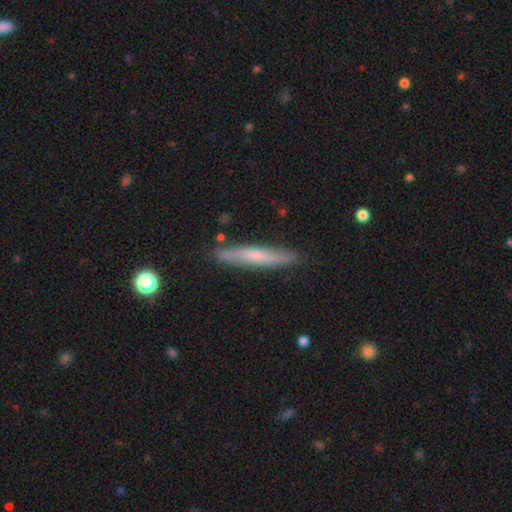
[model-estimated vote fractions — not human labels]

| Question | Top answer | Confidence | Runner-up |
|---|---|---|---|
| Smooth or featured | smooth | 53% | featured or disk (41%) |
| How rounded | cigar-shaped | 94% | in between (5%) |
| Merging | none | 85% | minor disturbance (11%) |